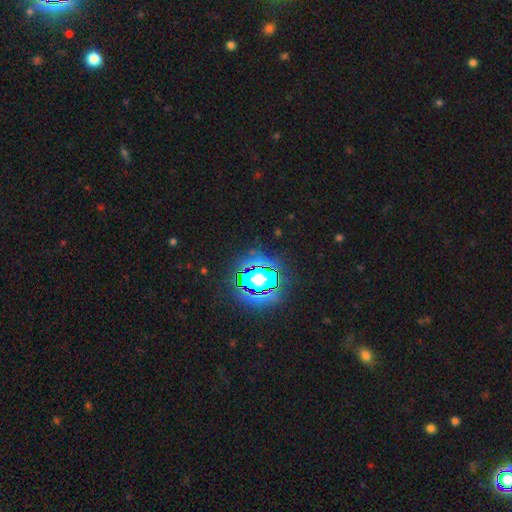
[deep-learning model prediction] Smooth or featured?
  - star or artifact: 80% *
  - smooth: 11%
  - featured or disk: 8%